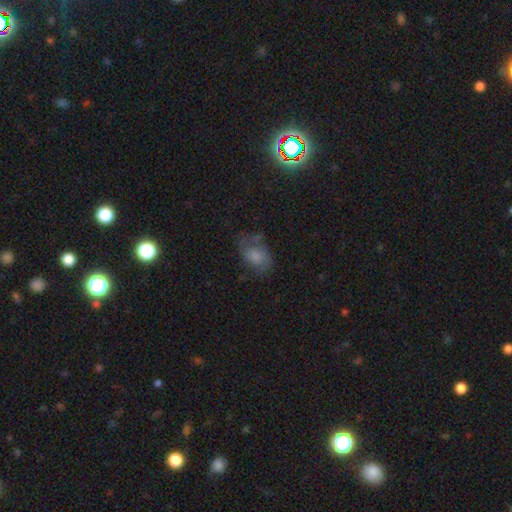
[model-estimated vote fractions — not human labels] This appears to be a smooth galaxy with no disk features (61%) that is in between round and cigar-shaped (81%). Merging: none (47%).